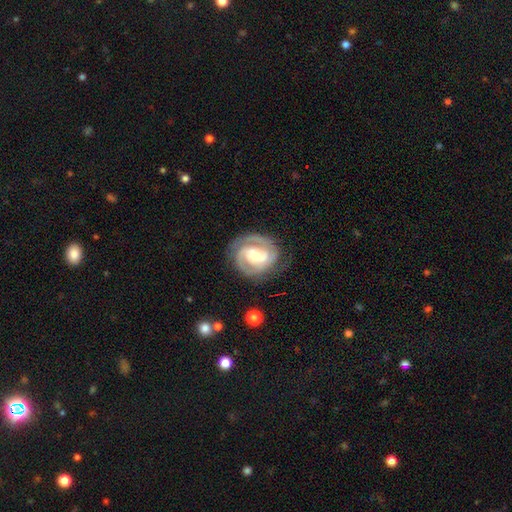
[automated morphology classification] featured or disk 86%, smooth 9%, star or artifact 5%. Down the decision tree: edge-on disk — no (98%); bar — weak (43%); spiral arms — yes (96%); spiral arm count — 2 (80%); spiral winding — tight (57%); bulge size — moderate (55%); merging — none (77%).